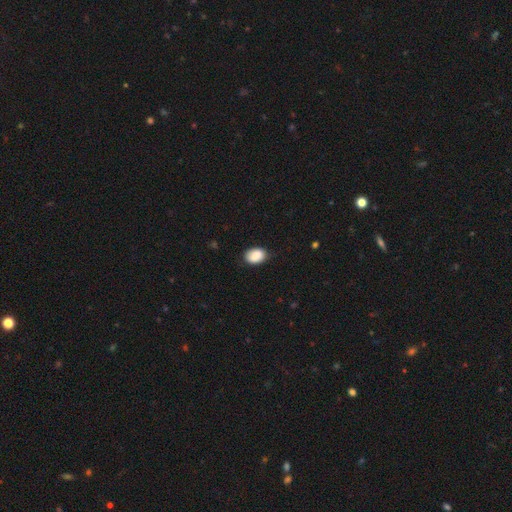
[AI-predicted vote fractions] Smooth or featured? smooth (89%)
How rounded? in between (79%)
Merging? none (80%)